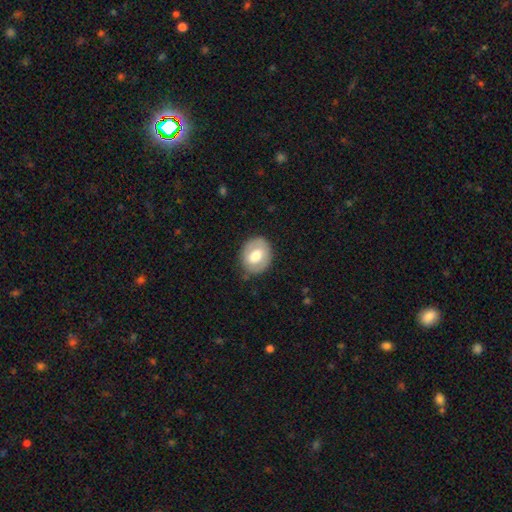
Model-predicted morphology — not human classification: A smooth galaxy with no disk features (56%) that is round (52%). Merging: none (81%).